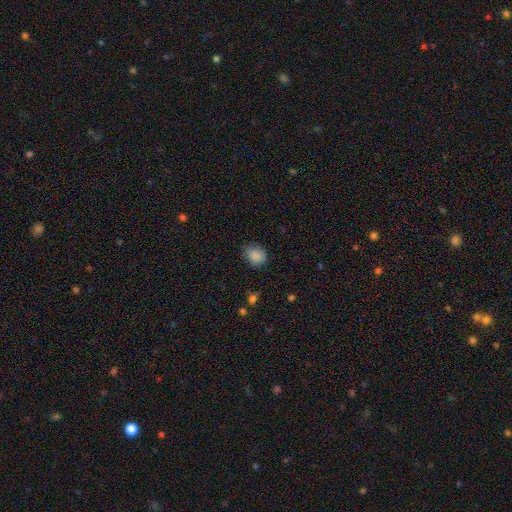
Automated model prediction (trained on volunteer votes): Q: Smooth or featured?
A: smooth (88%); runner-up: star or artifact (9%)
Q: How rounded?
A: round (50%); runner-up: in between (49%)
Q: Merging?
A: none (76%); runner-up: minor disturbance (19%)